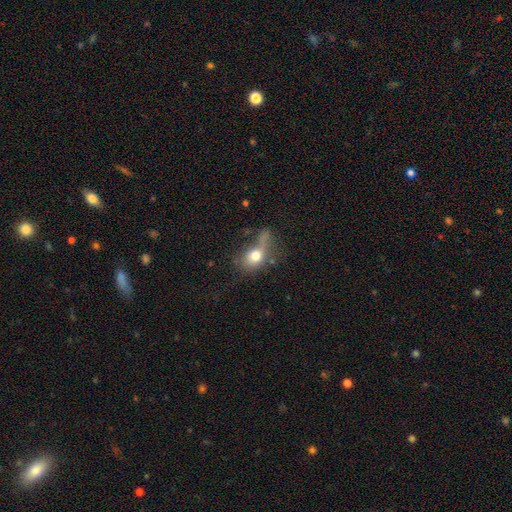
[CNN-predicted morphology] Smooth or featured?
  - smooth: 72% *
  - featured or disk: 18%
  - star or artifact: 10%
How rounded?
  - in between: 59% *
  - round: 37%
  - cigar-shaped: 4%
Merging?
  - major disturbance: 36% *
  - none: 27%
  - minor disturbance: 22%
  - merger: 14%